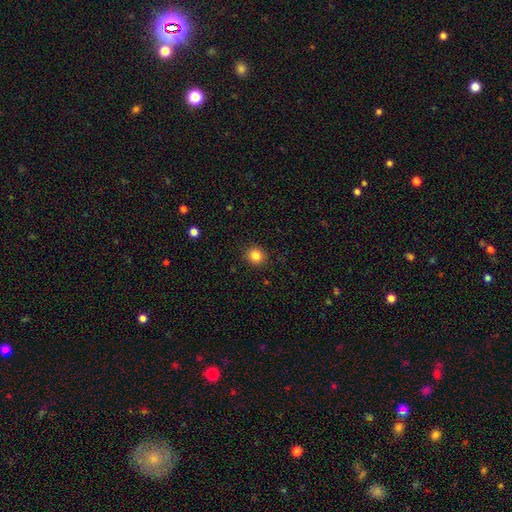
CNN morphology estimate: smooth 84%, star or artifact 11%, featured or disk 5%. Down the decision tree: how rounded — round (84%); merging — none (91%).